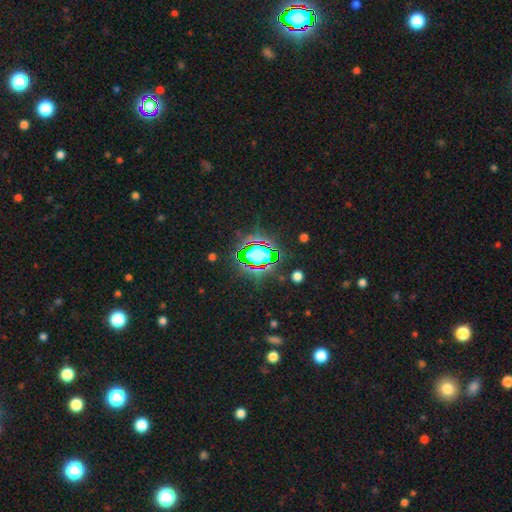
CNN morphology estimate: star or artifact 83%, smooth 10%, featured or disk 7%.